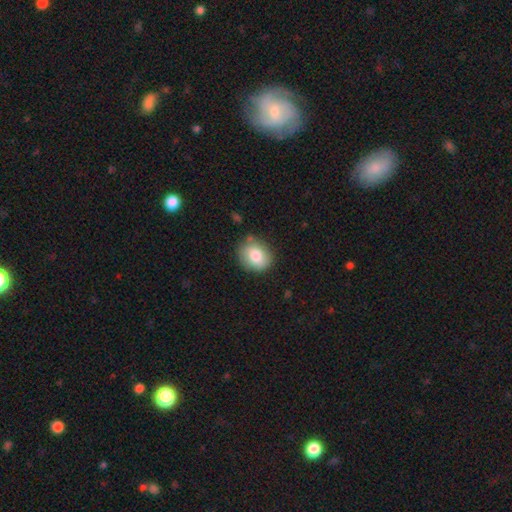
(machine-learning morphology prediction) This is likely a smooth galaxy (79%). How rounded: likely round (60%). Merging: likely none (79%).